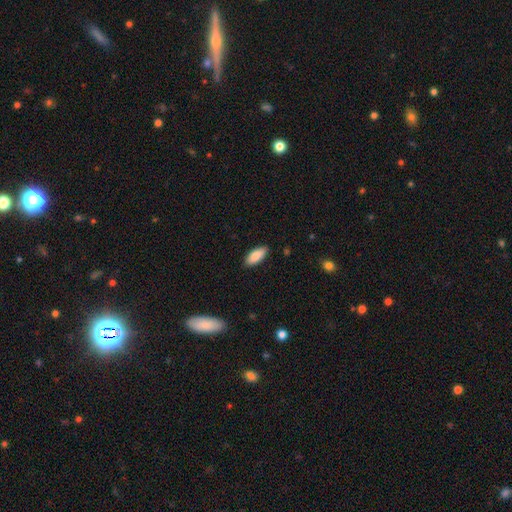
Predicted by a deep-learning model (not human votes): Morphology: type=smooth (87%); roundness=in between (84%); merging=none (87%).